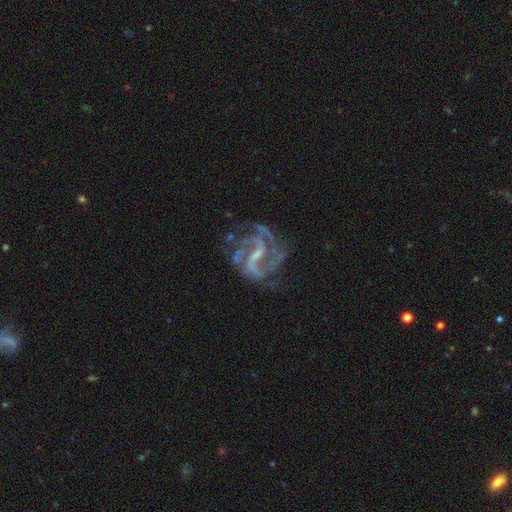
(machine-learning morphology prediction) Overall: featured or disk (90%). Edge-on disk: no (98%). Bar: weak (49%; strong 34%). Spiral arms: yes (97%). Spiral arm count: 2 (35%; 3 29%). Spiral winding: medium (54%; tight 26%). Bulge size: small (54%; moderate 23%). Merging: none (61%).